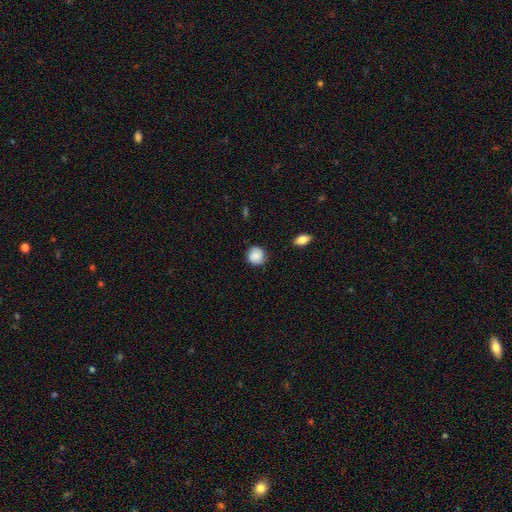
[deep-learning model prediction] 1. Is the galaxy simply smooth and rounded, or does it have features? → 82% smooth, 10% featured or disk, 8% star or artifact.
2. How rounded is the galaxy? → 90% round, 9% in between, 1% cigar-shaped.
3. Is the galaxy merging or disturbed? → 83% none, 13% minor disturbance, 3% major disturbance, 1% merger.